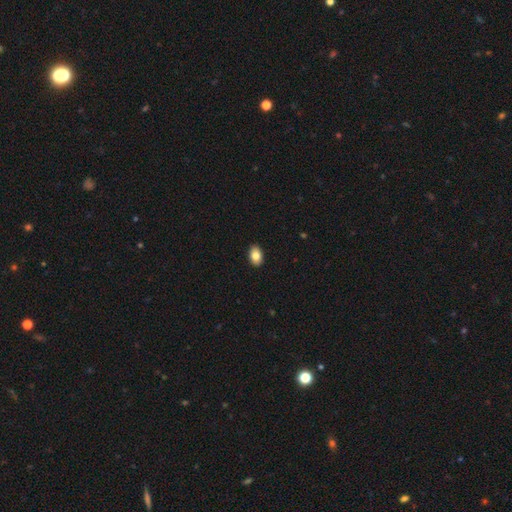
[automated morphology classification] Smooth or featured? smooth (84%)
How rounded? in between (87%)
Merging? none (91%)